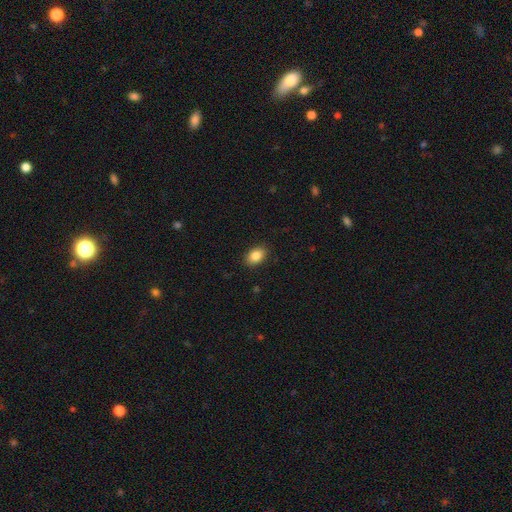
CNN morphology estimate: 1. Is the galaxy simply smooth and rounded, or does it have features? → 87% smooth, 8% star or artifact, 5% featured or disk.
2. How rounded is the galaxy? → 84% in between, 15% round, 1% cigar-shaped.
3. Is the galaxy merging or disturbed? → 88% none, 9% minor disturbance, 2% major disturbance, 1% merger.